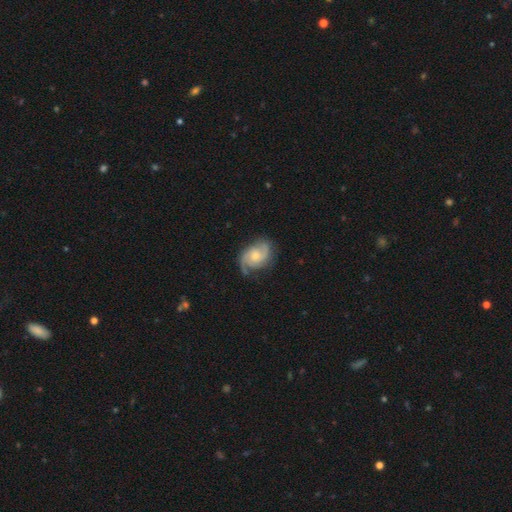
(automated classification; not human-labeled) smooth-or-featured: featured or disk: 81% | smooth: 14% | star or artifact: 6%
  disk-edge-on: no: 97% | yes: 3%
    bar: no: 68% | weak: 29% | strong: 4%
    has-spiral-arms: yes: 96% | no: 4%
      spiral-winding: medium: 47% | tight: 35% | loose: 18%
      spiral-arm-count: 2: 72% | 3: 10% | can't tell: 9% | 1: 4% | 4: 2% | more than 4: 2%
    bulge-size: moderate: 48% | small: 41% | none: 5% | large: 4% | dominant: 1%
  merging: none: 68% | minor disturbance: 22% | major disturbance: 9% | merger: 2%